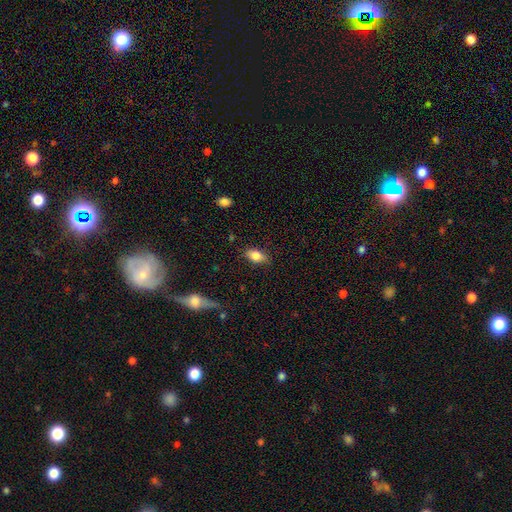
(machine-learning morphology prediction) A smooth galaxy with no disk features (79%) that is in between round and cigar-shaped (85%). Merging: none (81%).